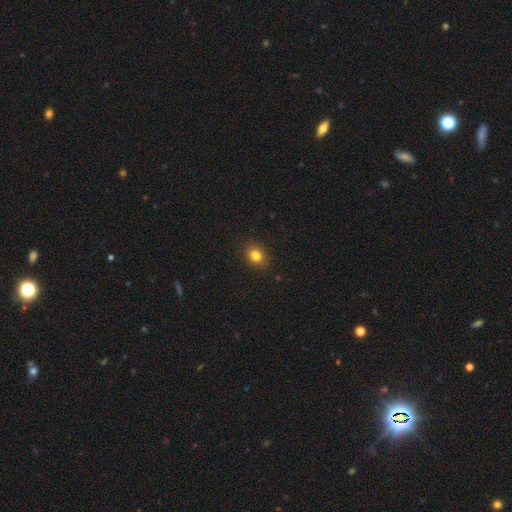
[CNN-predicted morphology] This is clearly a smooth galaxy (81%). How rounded: possibly round (56%). Merging: clearly none (88%).